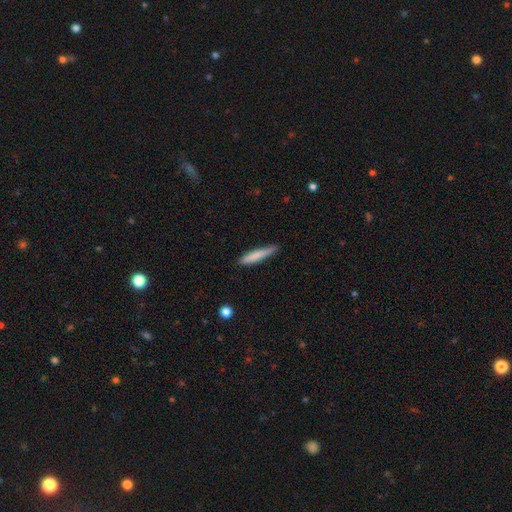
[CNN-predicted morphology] smooth-or-featured: smooth: 77% | featured or disk: 17% | star or artifact: 6%
  how-rounded: cigar-shaped: 92% | in between: 6% | round: 1%
  merging: none: 80% | minor disturbance: 16% | major disturbance: 3% | merger: 1%